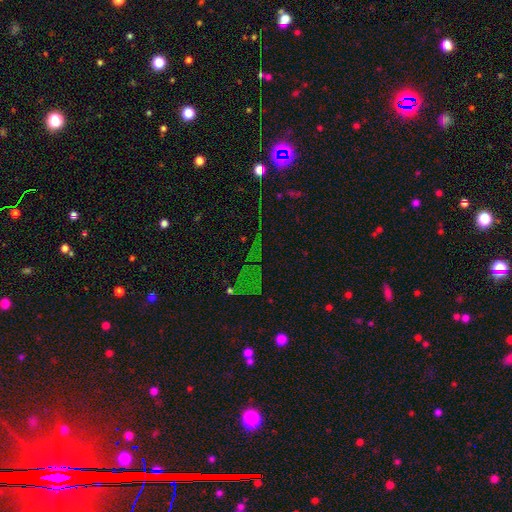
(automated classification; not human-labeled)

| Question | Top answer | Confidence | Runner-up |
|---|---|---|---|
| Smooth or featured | star or artifact | 68% | smooth (18%) |